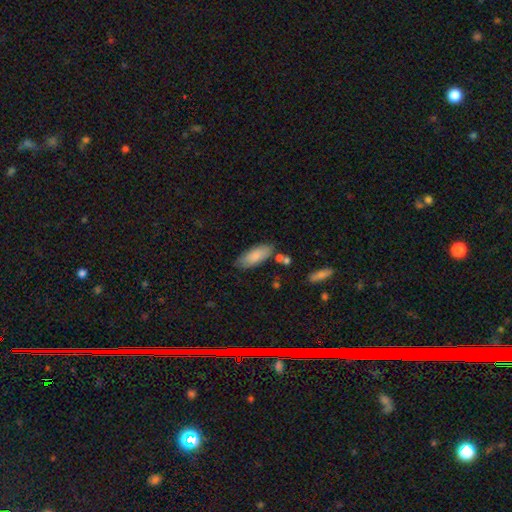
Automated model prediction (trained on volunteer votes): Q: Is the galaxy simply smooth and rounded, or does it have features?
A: smooth — 82%.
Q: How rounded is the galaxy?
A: in between — 77%.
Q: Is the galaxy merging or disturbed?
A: none — 75%.